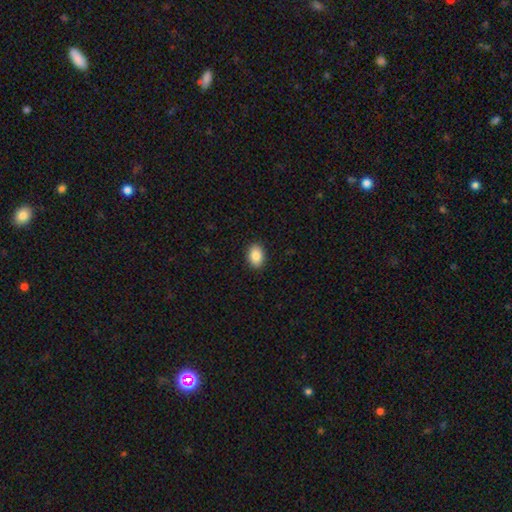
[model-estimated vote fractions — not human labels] A smooth galaxy with no disk features (87%) that is in between round and cigar-shaped (80%). Merging: none (91%).